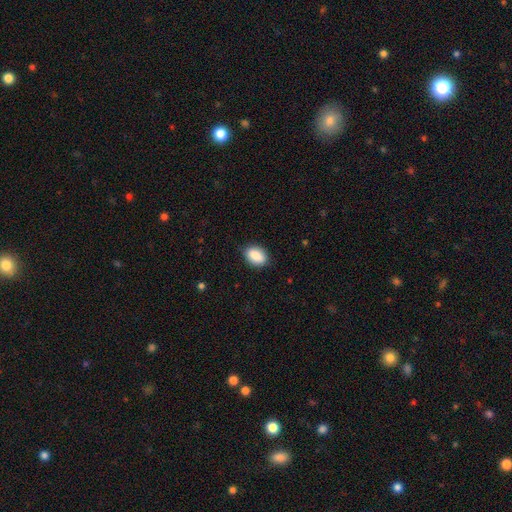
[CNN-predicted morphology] A smooth galaxy with no disk features (89%) that is in between round and cigar-shaped (86%). Merging: none (85%).